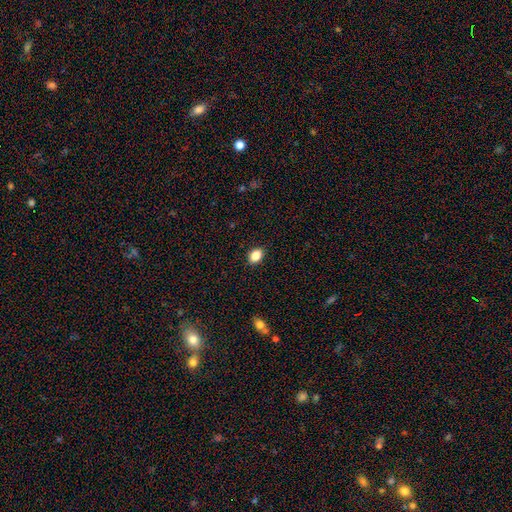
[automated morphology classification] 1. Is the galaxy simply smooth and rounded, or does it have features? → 86% smooth, 9% star or artifact, 5% featured or disk.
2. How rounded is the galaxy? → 79% in between, 20% round, 1% cigar-shaped.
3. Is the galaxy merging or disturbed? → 89% none, 8% minor disturbance, 2% major disturbance, 1% merger.